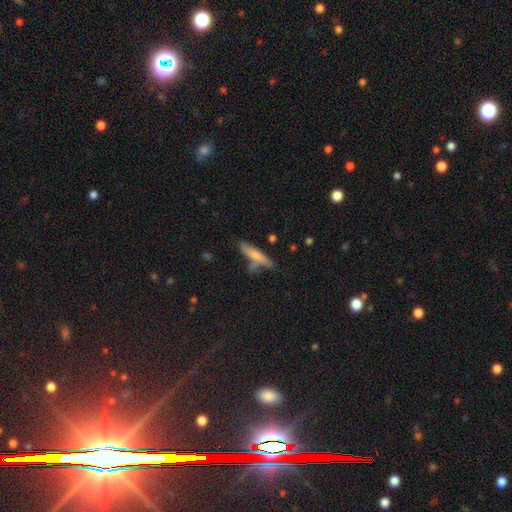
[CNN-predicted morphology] Smooth or featured? smooth (68%)
How rounded? cigar-shaped (81%)
Merging? none (60%)